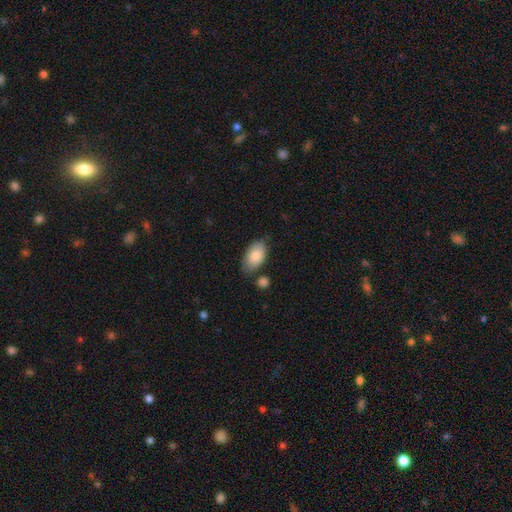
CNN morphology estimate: Q: Smooth or featured?
A: smooth (83%); runner-up: featured or disk (11%)
Q: How rounded?
A: in between (94%); runner-up: round (4%)
Q: Merging?
A: none (68%); runner-up: minor disturbance (20%)